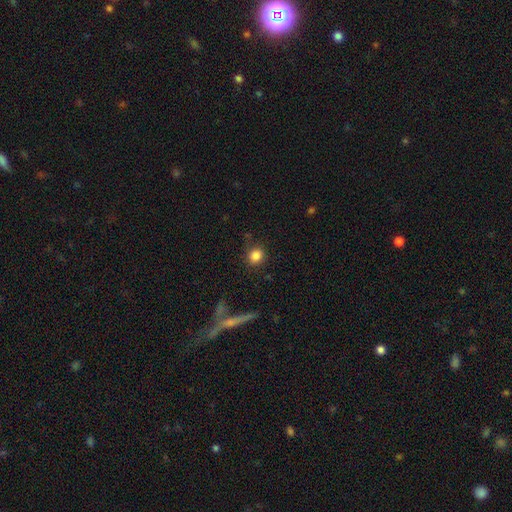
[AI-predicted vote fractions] Smooth or featured? Predicted: smooth (p=0.84). How rounded? Predicted: round (p=0.84). Merging? Predicted: none (p=0.85).